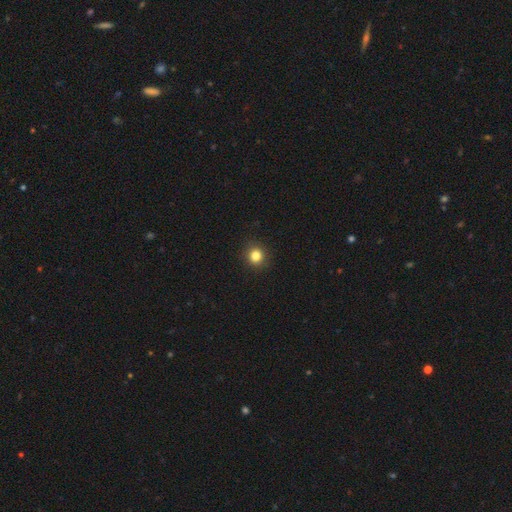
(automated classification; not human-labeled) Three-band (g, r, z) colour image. It shows a smooth galaxy with no disk features (83%) that is round (91%). Merging: none (92%).